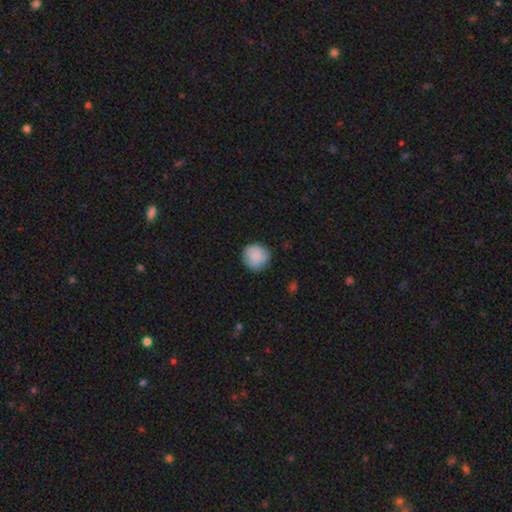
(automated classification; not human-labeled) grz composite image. It shows a smooth galaxy with no disk features (88%) that is round (94%). Merging: none (87%).